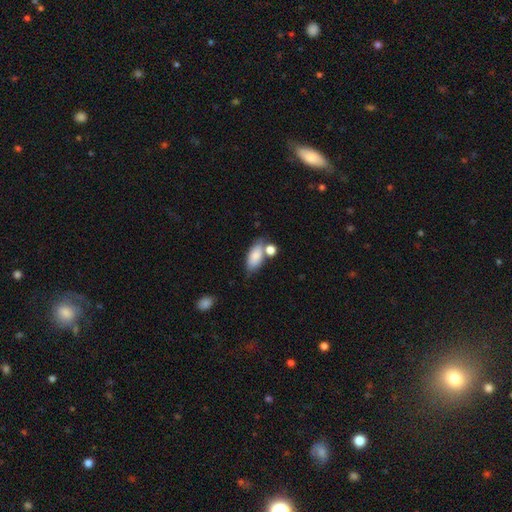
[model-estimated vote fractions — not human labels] Smooth or featured?
  - smooth: 82% *
  - featured or disk: 11%
  - star or artifact: 7%
How rounded?
  - in between: 88% *
  - cigar-shaped: 7%
  - round: 4%
Merging?
  - none: 51% *
  - merger: 26%
  - minor disturbance: 17%
  - major disturbance: 6%